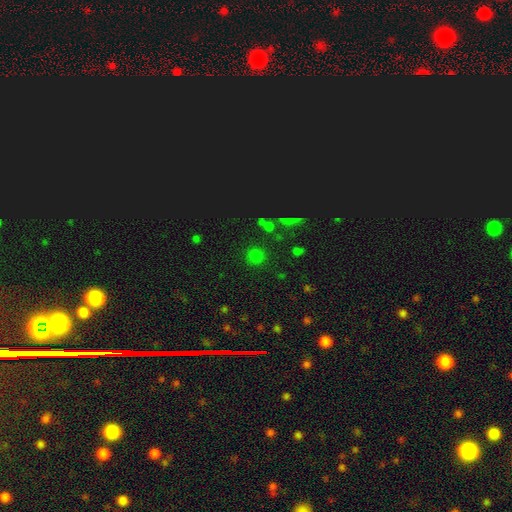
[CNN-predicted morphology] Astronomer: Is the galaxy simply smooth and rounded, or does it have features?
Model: smooth — 69%.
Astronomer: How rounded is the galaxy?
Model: round — 91%.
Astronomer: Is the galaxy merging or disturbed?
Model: none — 85%.